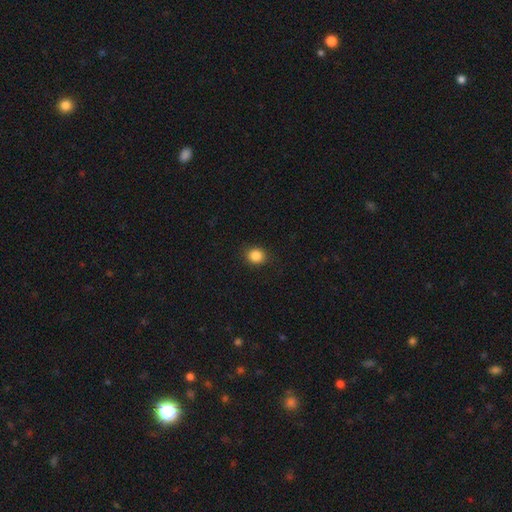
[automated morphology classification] Overall: smooth (86%). How rounded: round (75%). Merging: none (89%).